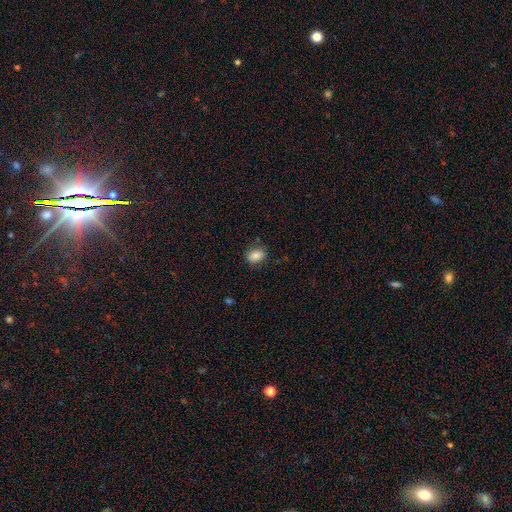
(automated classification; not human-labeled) Smooth or featured? Predicted: smooth (p=0.81). How rounded? Predicted: in between (p=0.69). Merging? Predicted: none (p=0.78).